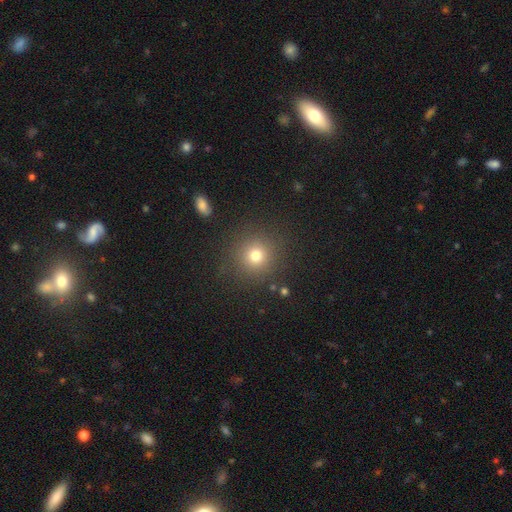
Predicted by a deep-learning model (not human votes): smooth 75%, star or artifact 16%, featured or disk 8%. Down the decision tree: how rounded — round (92%); merging — none (87%).